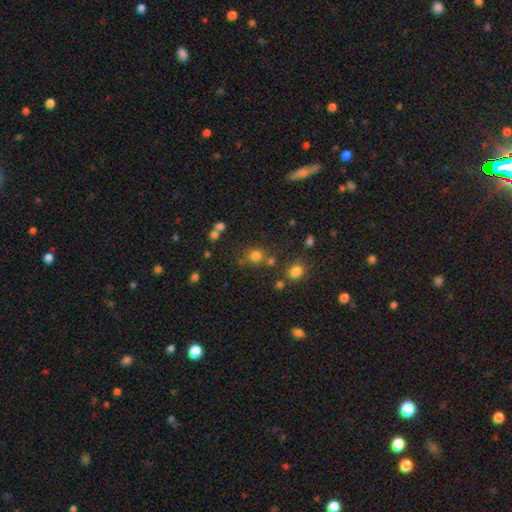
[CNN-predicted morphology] Smooth or featured?
  - smooth: 74% *
  - star or artifact: 18%
  - featured or disk: 7%
How rounded?
  - round: 80% *
  - in between: 19%
  - cigar-shaped: 1%
Merging?
  - none: 68% *
  - merger: 16%
  - minor disturbance: 11%
  - major disturbance: 5%